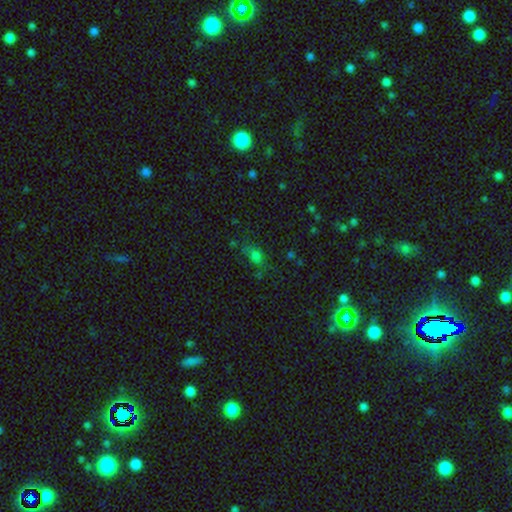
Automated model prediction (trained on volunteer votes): The model was most divided on "how rounded": in between: 62%, round: 34%, cigar-shaped: 4%. More confident: smooth or featured — smooth (63%); merging — none (52%).